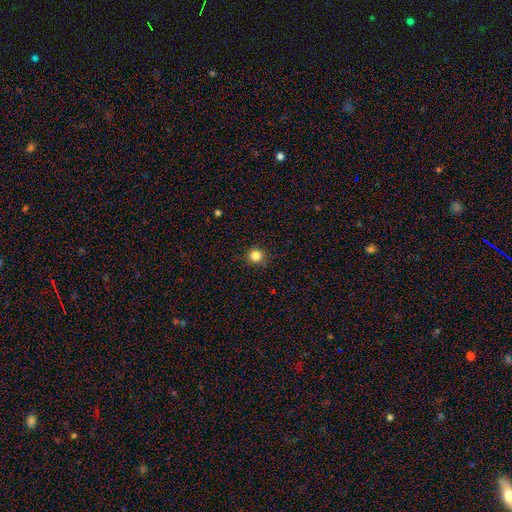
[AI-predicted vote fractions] Smooth or featured? smooth (84%)
How rounded? round (94%)
Merging? none (88%)